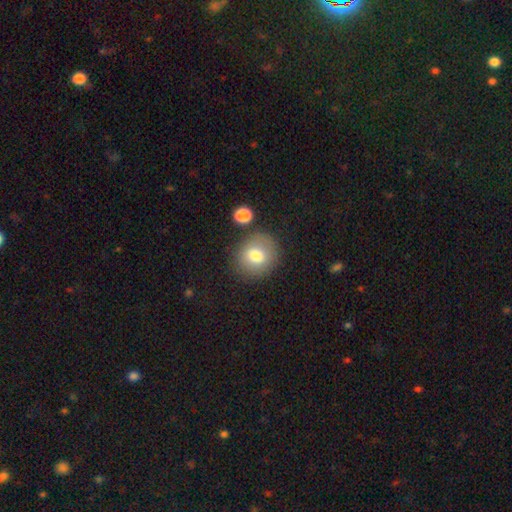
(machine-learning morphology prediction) type=smooth (78%); roundness=round (78%); merging=none (78%).